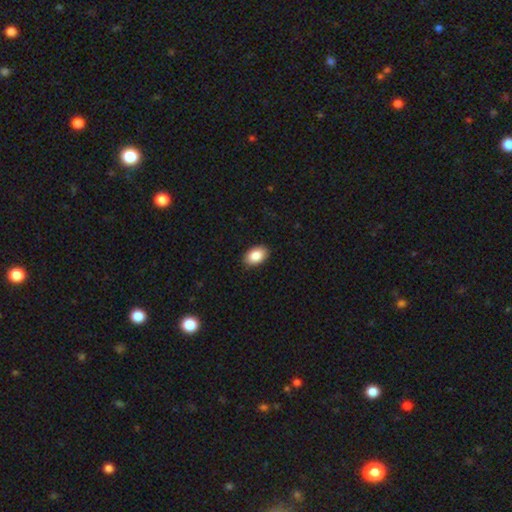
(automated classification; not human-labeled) Overall: smooth (87%). How rounded: in between (89%). Merging: none (89%).